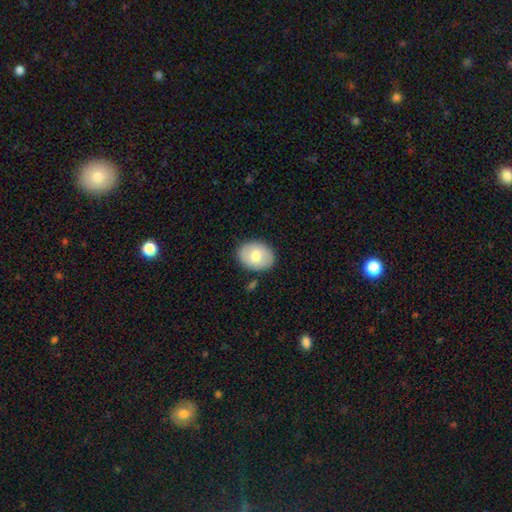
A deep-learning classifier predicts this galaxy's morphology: The model was most divided on "how rounded": in between: 63%, round: 36%, cigar-shaped: 1%. More confident: merging — none (84%); smooth or featured — smooth (71%).